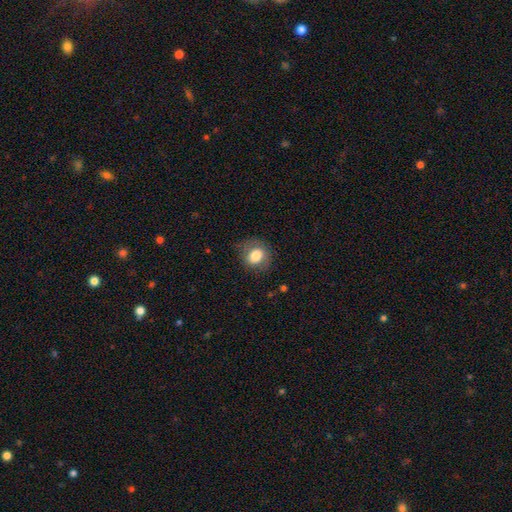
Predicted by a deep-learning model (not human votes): Smooth or featured? Predicted: smooth (p=0.77). How rounded? Predicted: round (p=0.66). Merging? Predicted: none (p=0.72).